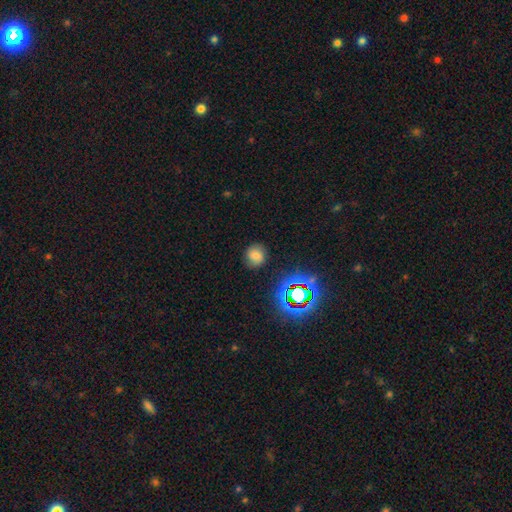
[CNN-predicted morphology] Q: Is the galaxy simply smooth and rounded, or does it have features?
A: smooth — 69%.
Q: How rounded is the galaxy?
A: round — 82%.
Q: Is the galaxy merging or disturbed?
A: none — 82%.